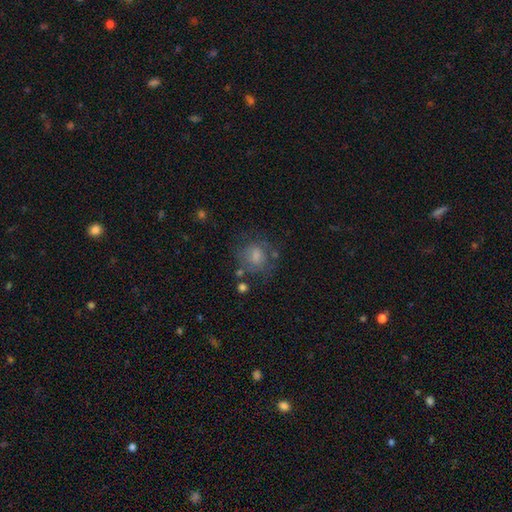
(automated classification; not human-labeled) Morphology: type=smooth (50%); roundness=round (74%); merging=none (64%).